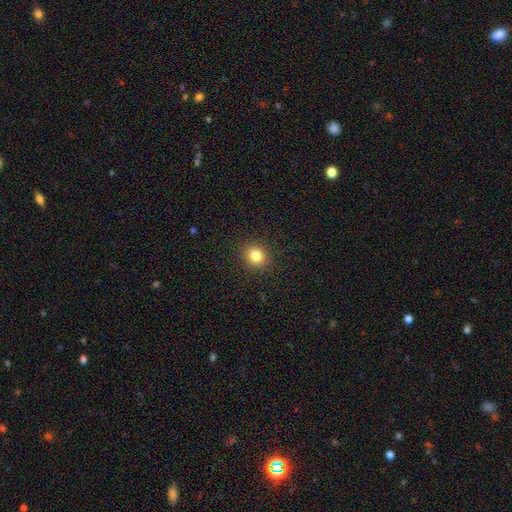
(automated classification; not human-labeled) Morphology: type=smooth (82%); roundness=round (80%); merging=none (91%).